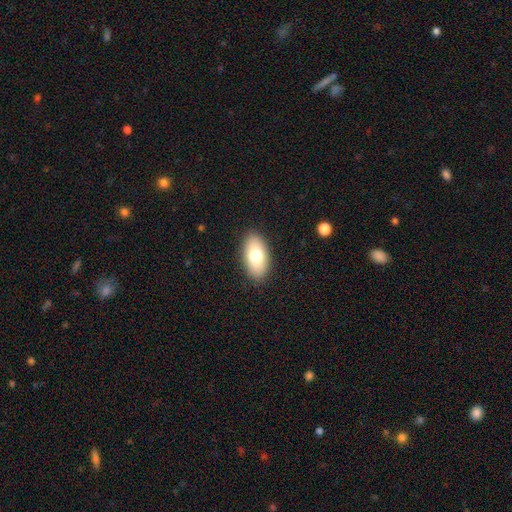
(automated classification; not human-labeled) This appears to be a smooth galaxy with no disk features (75%) that is in between round and cigar-shaped (93%). Merging: none (89%).